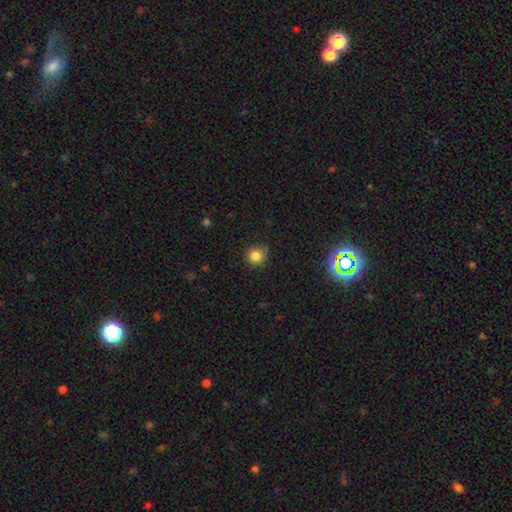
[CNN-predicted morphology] Smooth or featured: smooth — 84% (star or artifact — 12%)
How rounded: round — 92% (in between — 7%)
Merging: none — 80% (minor disturbance — 16%)